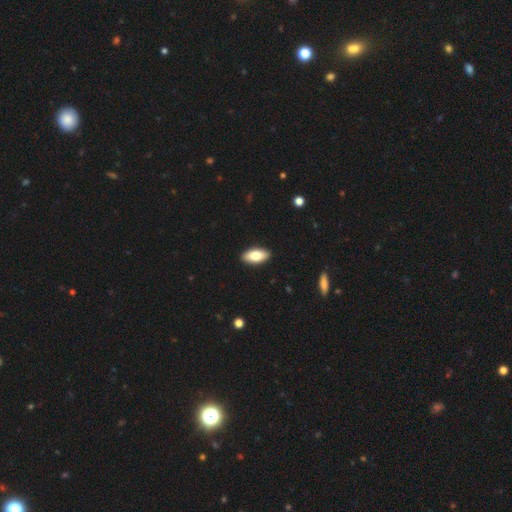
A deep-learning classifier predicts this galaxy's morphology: Q: Smooth or featured?
A: smooth (79%); runner-up: featured or disk (15%)
Q: How rounded?
A: in between (90%); runner-up: cigar-shaped (8%)
Q: Merging?
A: none (91%); runner-up: minor disturbance (7%)